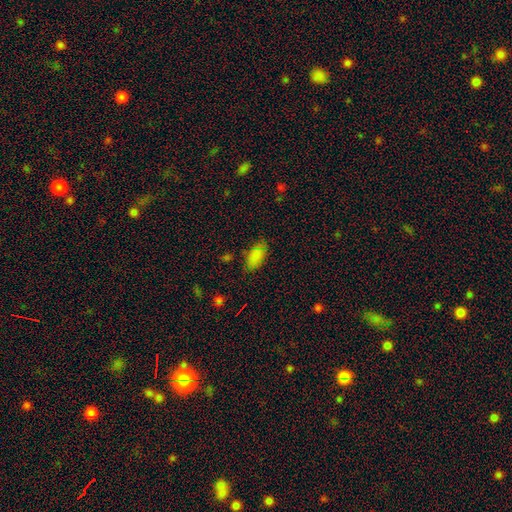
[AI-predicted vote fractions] This is clearly a smooth galaxy (83%). How rounded: clearly in between (92%). Merging: likely none (77%).